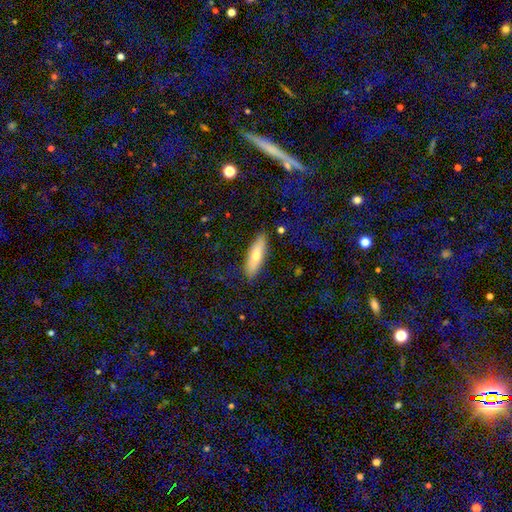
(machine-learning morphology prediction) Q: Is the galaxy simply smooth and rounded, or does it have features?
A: smooth — 66%.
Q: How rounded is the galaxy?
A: cigar-shaped — 58%.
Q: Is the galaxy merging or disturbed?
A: none — 83%.